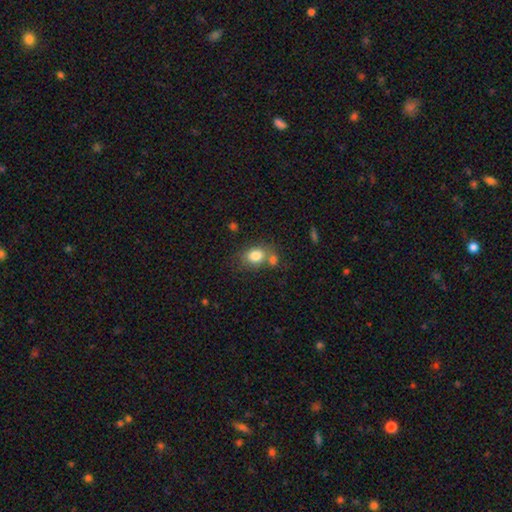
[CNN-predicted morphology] The model was most divided on "how rounded": in between: 57%, round: 42%, cigar-shaped: 1%. More confident: smooth or featured — smooth (81%); merging — none (50%).